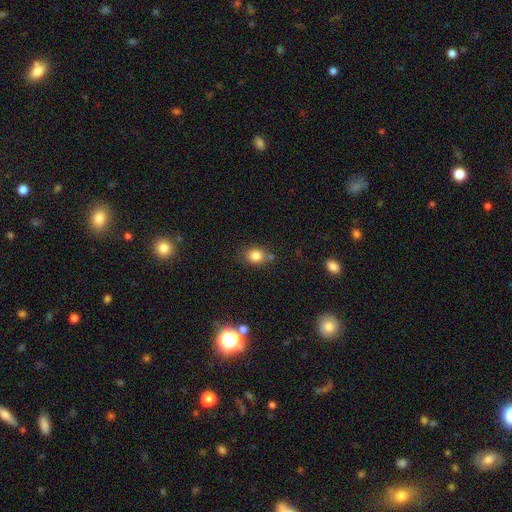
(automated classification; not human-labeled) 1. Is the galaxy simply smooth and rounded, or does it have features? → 83% smooth, 11% star or artifact, 6% featured or disk.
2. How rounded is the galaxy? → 56% round, 43% in between, 1% cigar-shaped.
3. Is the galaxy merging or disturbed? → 71% none, 15% minor disturbance, 9% merger, 4% major disturbance.